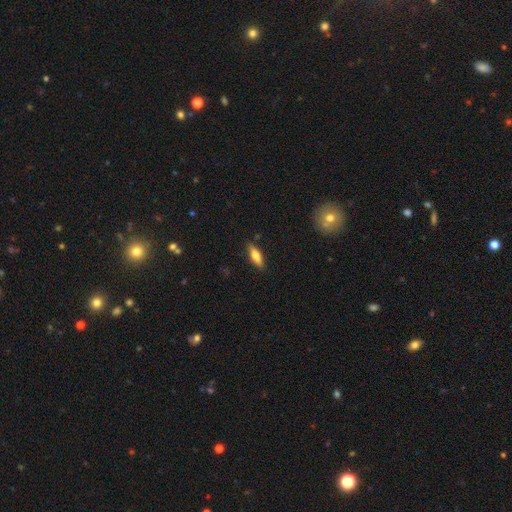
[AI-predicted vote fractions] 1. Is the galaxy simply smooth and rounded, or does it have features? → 65% smooth, 29% featured or disk, 7% star or artifact.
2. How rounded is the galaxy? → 51% in between, 47% cigar-shaped, 2% round.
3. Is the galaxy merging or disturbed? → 86% none, 11% minor disturbance, 2% major disturbance, 1% merger.